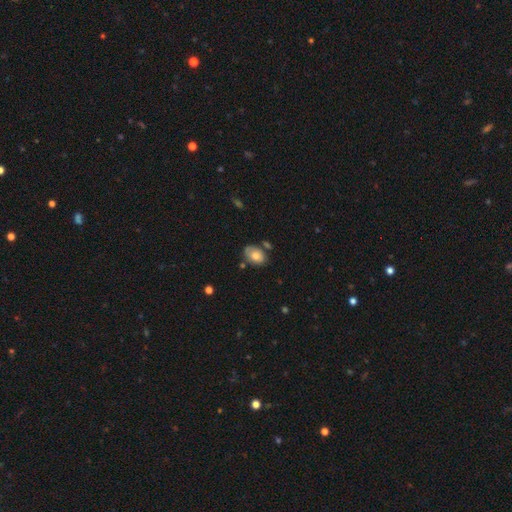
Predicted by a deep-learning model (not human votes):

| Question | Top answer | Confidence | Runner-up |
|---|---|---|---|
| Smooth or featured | smooth | 71% | featured or disk (21%) |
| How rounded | in between | 81% | round (17%) |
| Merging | none | 61% | minor disturbance (23%) |